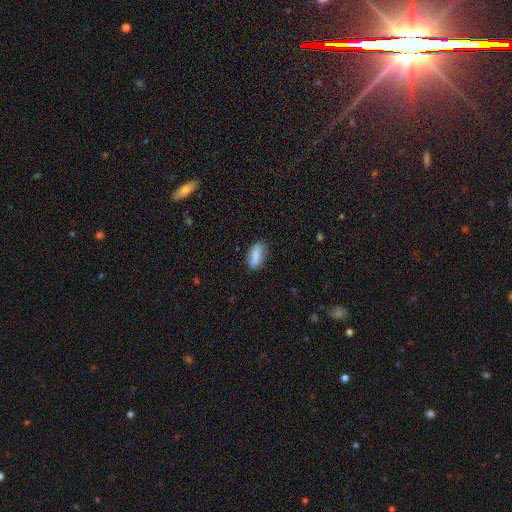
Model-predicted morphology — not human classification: Smooth or featured? smooth (79%)
How rounded? in between (80%)
Merging? none (77%)